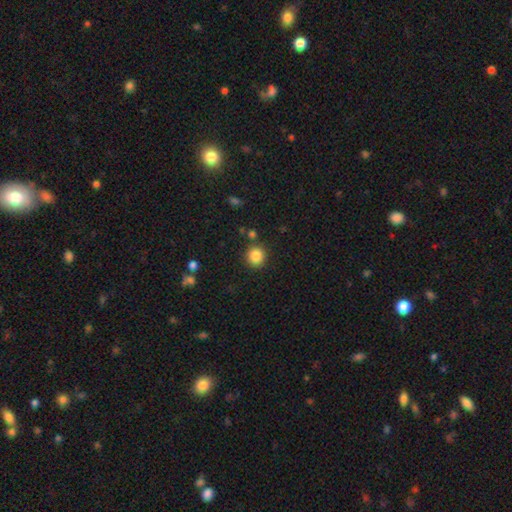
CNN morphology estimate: Smooth or featured? Predicted: smooth (p=0.86). How rounded? Predicted: round (p=0.89). Merging? Predicted: none (p=0.86).